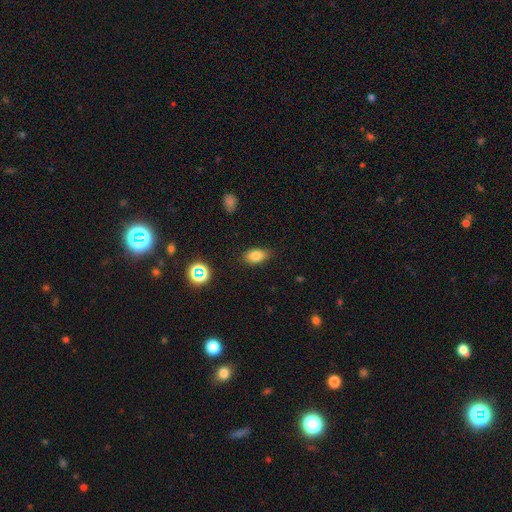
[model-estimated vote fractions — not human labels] A smooth galaxy with no disk features (81%) that is in between round and cigar-shaped (88%).

Vote fractions:
- Smooth or featured? smooth: 81% / star or artifact: 11% / featured or disk: 7%
- How rounded? in between: 88% / round: 9% / cigar-shaped: 3%
- Merging? none: 83% / minor disturbance: 13% / major disturbance: 3% / merger: 1%